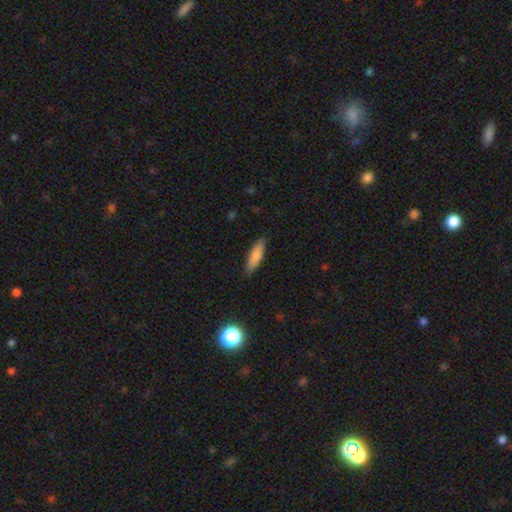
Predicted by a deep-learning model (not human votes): This is clearly a smooth galaxy (81%). How rounded: likely cigar-shaped (61%). Merging: clearly none (87%).